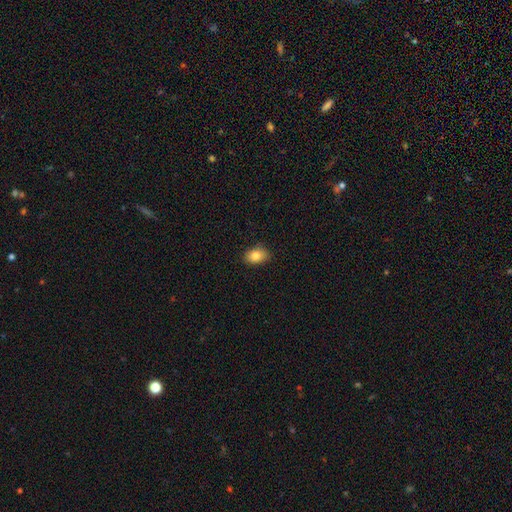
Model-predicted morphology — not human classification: A smooth galaxy with no disk features (83%) that is in between round and cigar-shaped (82%).

Vote fractions:
- Smooth or featured? smooth: 83% / star or artifact: 9% / featured or disk: 9%
- How rounded? in between: 82% / round: 17% / cigar-shaped: 1%
- Merging? none: 87% / minor disturbance: 10% / major disturbance: 2% / merger: 1%